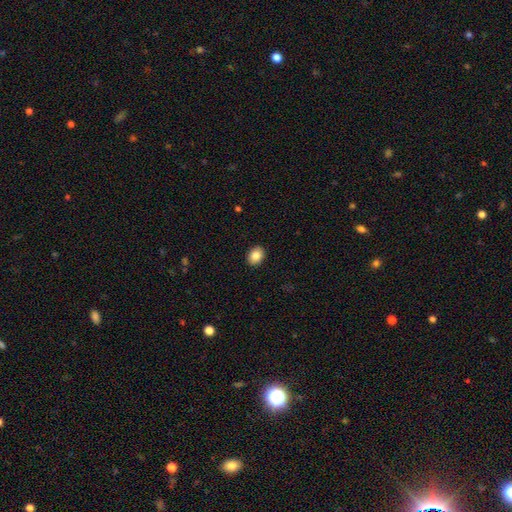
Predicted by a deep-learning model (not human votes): This appears to be a smooth galaxy with no disk features (85%) that is in between round and cigar-shaped (63%). Merging: none (91%).